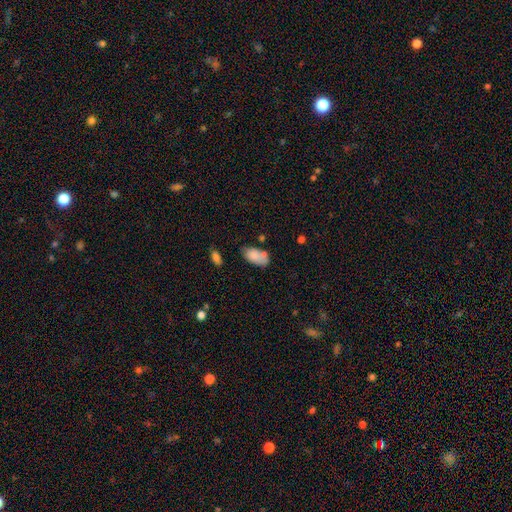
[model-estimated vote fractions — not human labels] smooth_or_featured: smooth (p=0.82) [alt: featured or disk p=0.10]
how_rounded: in between (p=0.93) [alt: round p=0.04]
merging: none (p=0.54) [alt: minor disturbance p=0.25]